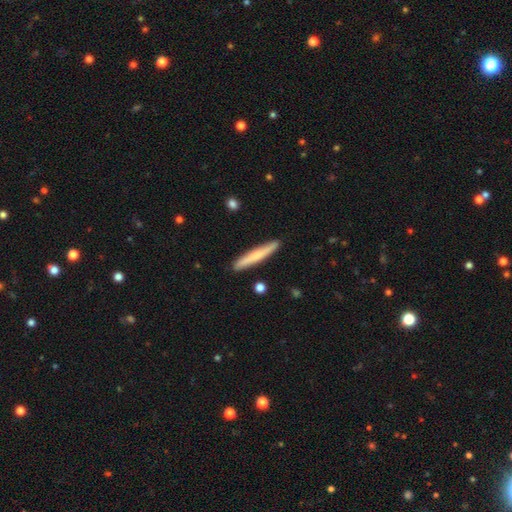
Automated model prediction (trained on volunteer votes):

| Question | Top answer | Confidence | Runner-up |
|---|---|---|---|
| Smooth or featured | smooth | 65% | featured or disk (30%) |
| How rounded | cigar-shaped | 95% | in between (4%) |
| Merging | none | 89% | minor disturbance (8%) |